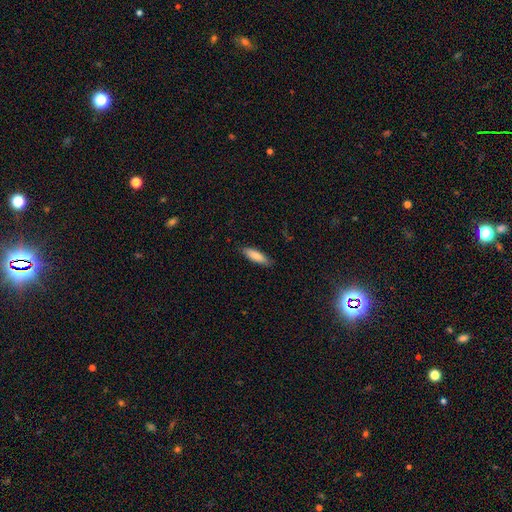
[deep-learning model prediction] Morphology: type=smooth (85%); roundness=cigar-shaped (53%); merging=none (83%).